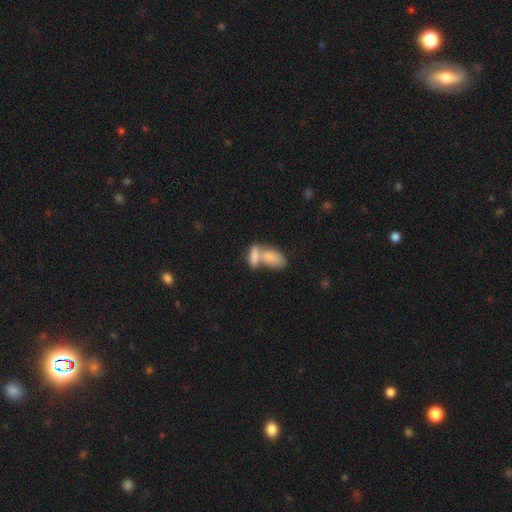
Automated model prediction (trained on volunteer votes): Q: Smooth or featured?
A: smooth (78%); runner-up: featured or disk (15%)
Q: How rounded?
A: in between (82%); runner-up: cigar-shaped (13%)
Q: Merging?
A: merger (66%); runner-up: none (22%)